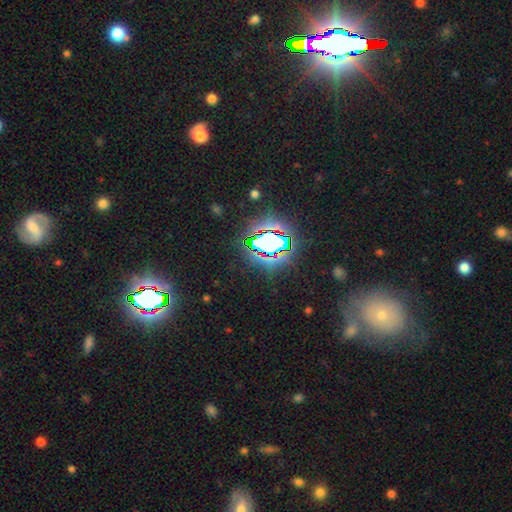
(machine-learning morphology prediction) type=star or artifact (77%).